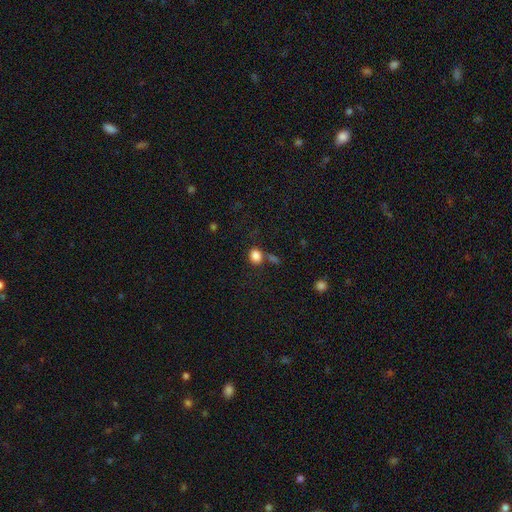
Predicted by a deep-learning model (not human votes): This appears to be a smooth galaxy with no disk features (84%) that is round (63%). Merging: none (65%).